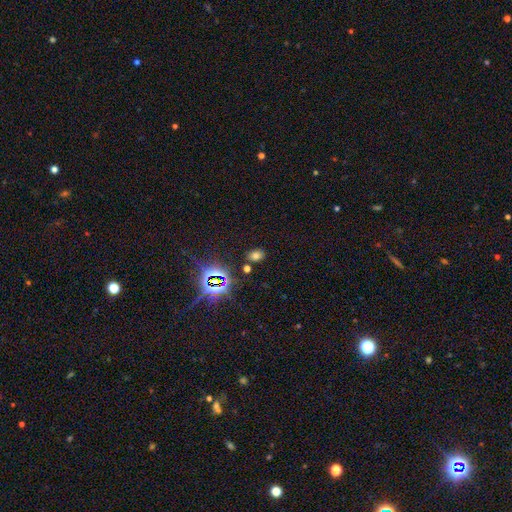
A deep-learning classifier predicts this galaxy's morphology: smooth-or-featured: smooth: 61% | star or artifact: 31% | featured or disk: 8%
  how-rounded: in between: 72% | round: 27% | cigar-shaped: 1%
  merging: none: 84% | minor disturbance: 9% | merger: 4% | major disturbance: 3%